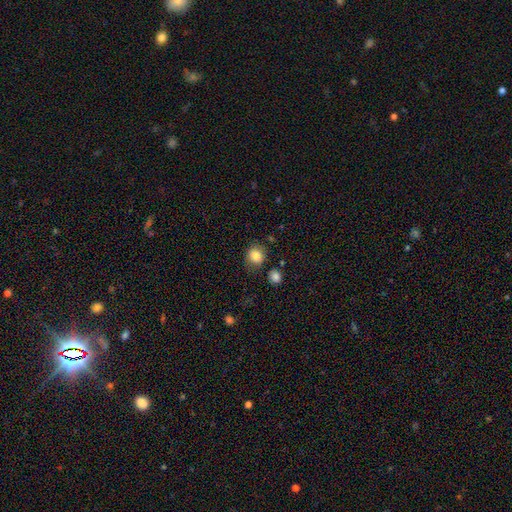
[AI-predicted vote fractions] This is clearly a smooth galaxy (84%). How rounded: clearly round (81%). Merging: likely none (79%).